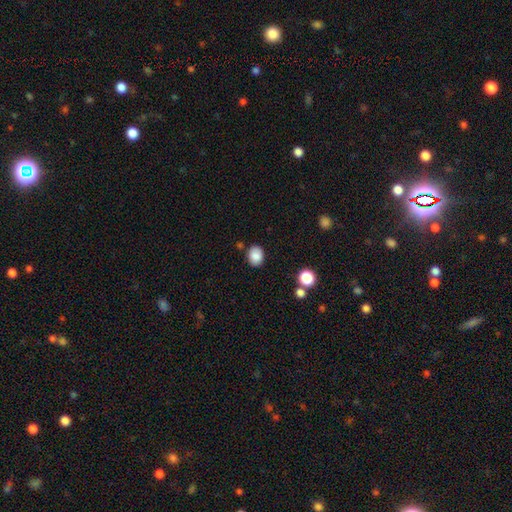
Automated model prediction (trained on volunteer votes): A smooth galaxy with no disk features (86%) that is in between round and cigar-shaped (58%). Merging: none (82%).